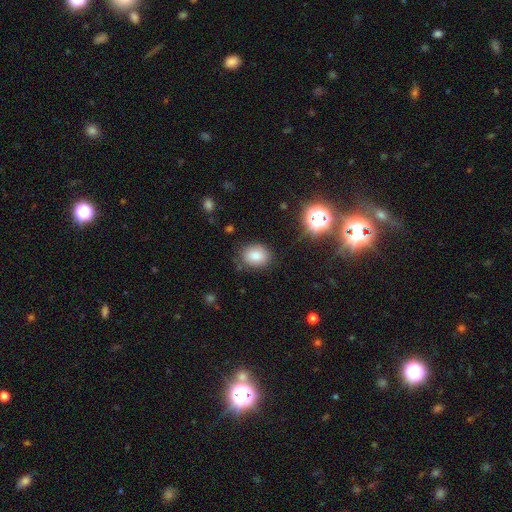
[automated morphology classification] type=smooth (81%); roundness=in between (53%); merging=none (81%).